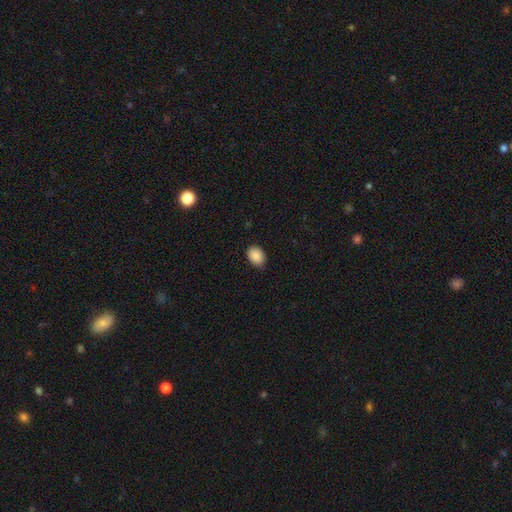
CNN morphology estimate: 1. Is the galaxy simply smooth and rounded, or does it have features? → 90% smooth, 8% star or artifact, 3% featured or disk.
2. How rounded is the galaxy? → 75% in between, 24% round, 1% cigar-shaped.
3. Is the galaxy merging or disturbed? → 84% none, 13% minor disturbance, 2% major disturbance, 1% merger.